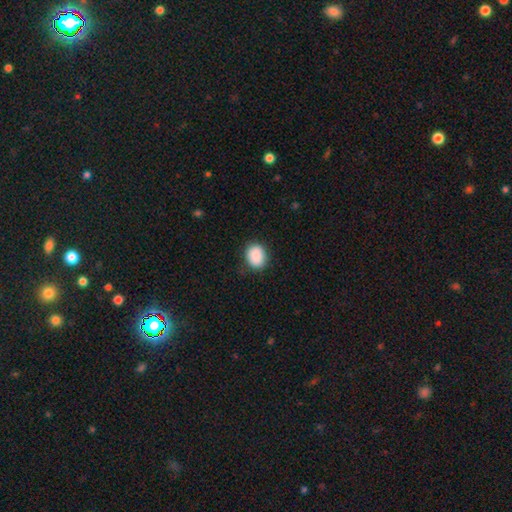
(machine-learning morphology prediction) A smooth galaxy with no disk features (90%) that is in between round and cigar-shaped (53%).

Vote fractions:
- Smooth or featured? smooth: 90% / star or artifact: 7% / featured or disk: 3%
- How rounded? in between: 53% / round: 46% / cigar-shaped: 1%
- Merging? none: 85% / minor disturbance: 11% / major disturbance: 3% / merger: 1%